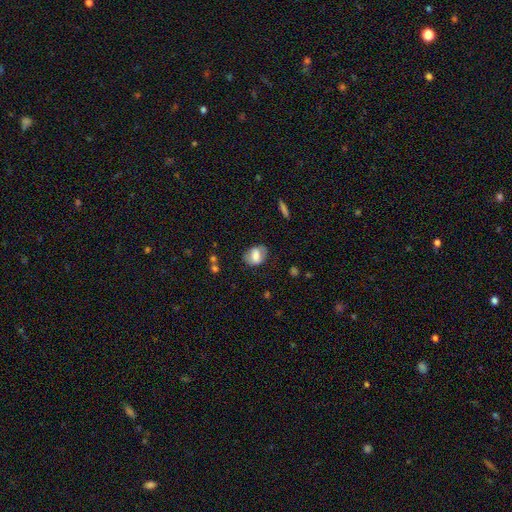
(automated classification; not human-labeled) A smooth galaxy with no disk features (66%) that is in between round and cigar-shaped (70%).

Vote fractions:
- Smooth or featured? smooth: 66% / featured or disk: 26% / star or artifact: 8%
- How rounded? in between: 70% / round: 28% / cigar-shaped: 2%
- Merging? none: 73% / minor disturbance: 18% / major disturbance: 7% / merger: 2%